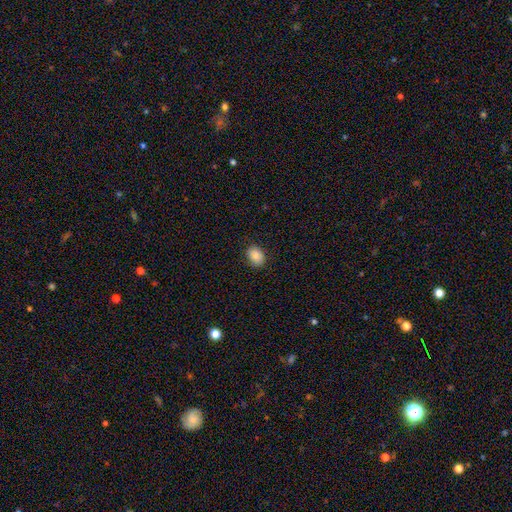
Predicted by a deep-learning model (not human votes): Smooth or featured? smooth (85%)
How rounded? in between (60%)
Merging? none (86%)